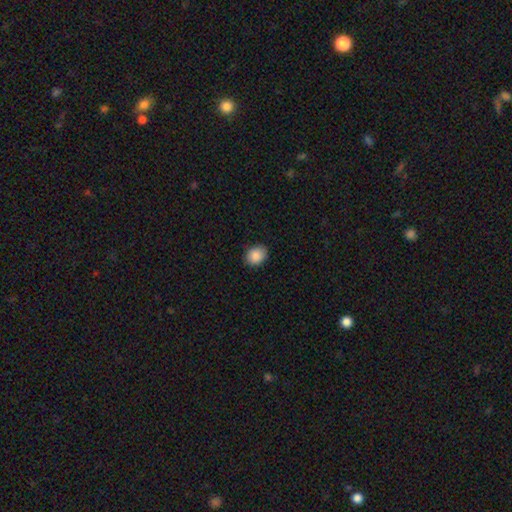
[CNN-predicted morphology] This appears to be a smooth galaxy with no disk features (88%) that is in between round and cigar-shaped (55%). Merging: none (87%).